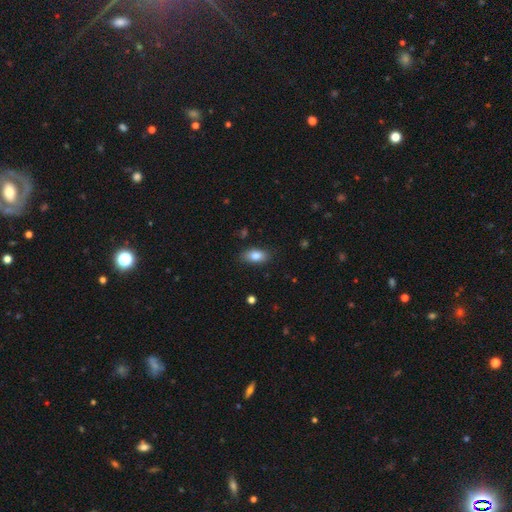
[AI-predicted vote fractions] This appears to be a smooth galaxy with no disk features (85%) that is in between round and cigar-shaped (89%). Merging: none (85%).